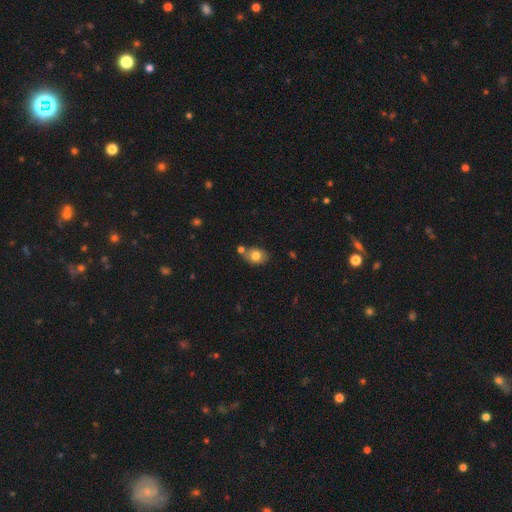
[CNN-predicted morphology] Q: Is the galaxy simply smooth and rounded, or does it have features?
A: smooth — 78%.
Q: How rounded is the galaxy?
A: in between — 61%.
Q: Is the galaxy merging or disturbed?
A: none — 63%.